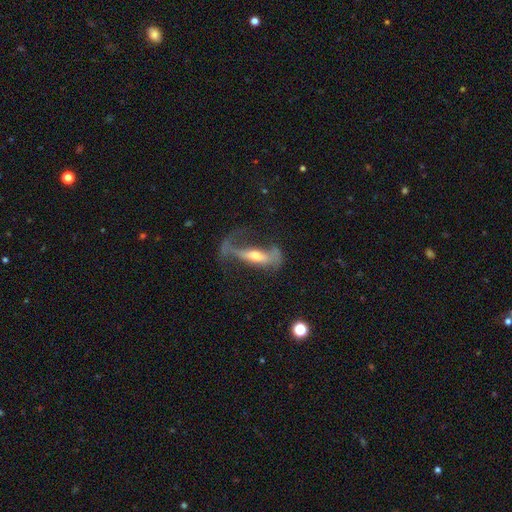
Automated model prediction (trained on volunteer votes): This is likely a featured or disk galaxy (67%). It is possibly not viewed edge-on (52%). Merging: possibly major disturbance (52%).